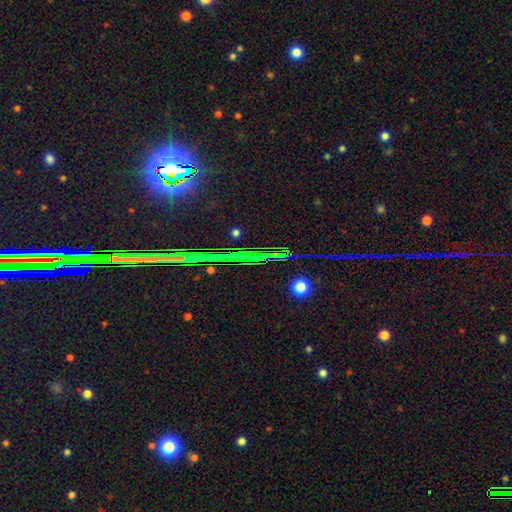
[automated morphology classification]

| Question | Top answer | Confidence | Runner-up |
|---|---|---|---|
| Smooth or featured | star or artifact | 82% | featured or disk (9%) |